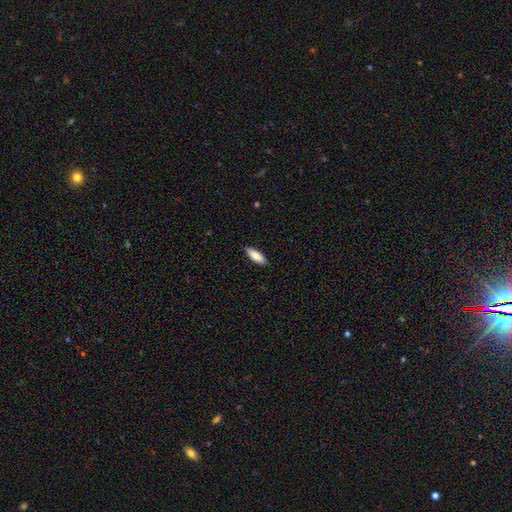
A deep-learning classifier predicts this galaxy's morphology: The model was most divided on "how rounded": in between: 58%, cigar-shaped: 40%, round: 2%. More confident: merging — none (88%); smooth or featured — smooth (84%).